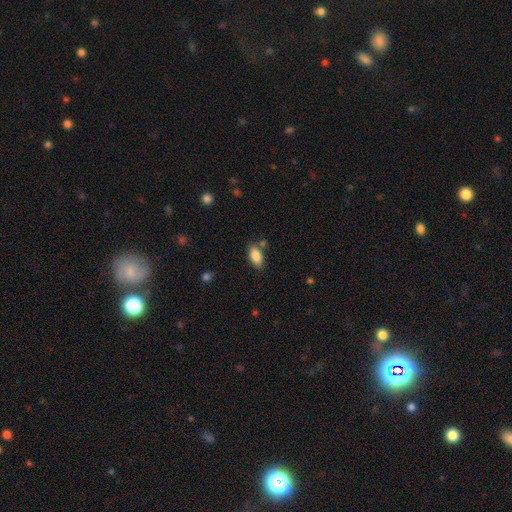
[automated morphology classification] Q: Smooth or featured?
A: smooth (87%); runner-up: star or artifact (7%)
Q: How rounded?
A: in between (91%); runner-up: cigar-shaped (6%)
Q: Merging?
A: none (75%); runner-up: minor disturbance (14%)